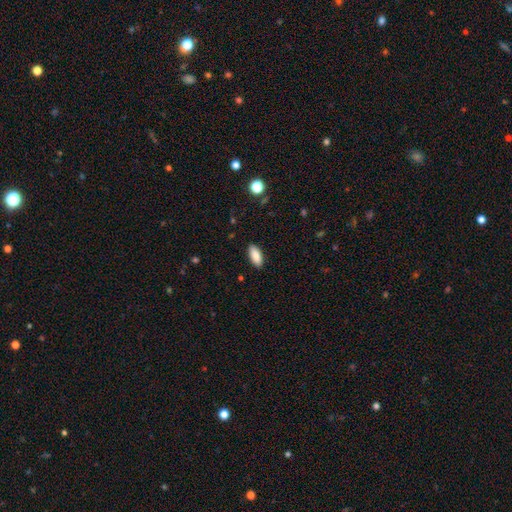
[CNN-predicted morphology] Overall: smooth (89%). How rounded: in between (85%). Merging: none (89%).